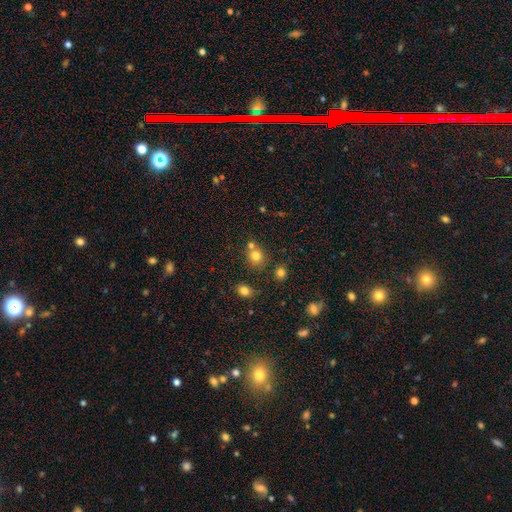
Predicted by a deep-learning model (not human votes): This is likely a smooth galaxy (76%). How rounded: clearly round (83%). Merging: likely none (61%).